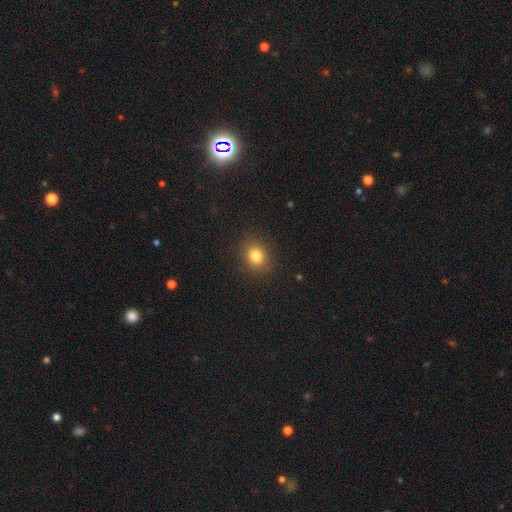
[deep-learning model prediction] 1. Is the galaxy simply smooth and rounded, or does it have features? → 80% smooth, 13% star or artifact, 7% featured or disk.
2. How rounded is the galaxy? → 72% round, 27% in between, 1% cigar-shaped.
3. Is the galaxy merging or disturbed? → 88% none, 8% minor disturbance, 3% major disturbance, 1% merger.